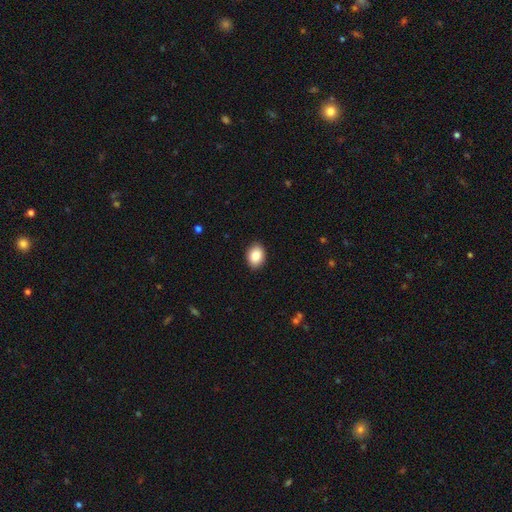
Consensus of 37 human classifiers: Smooth or featured: smooth — 89% (star or artifact — 8%)
How rounded: in between — 73% (round — 27%)
Merging: none — 94% (minor disturbance — 3%)